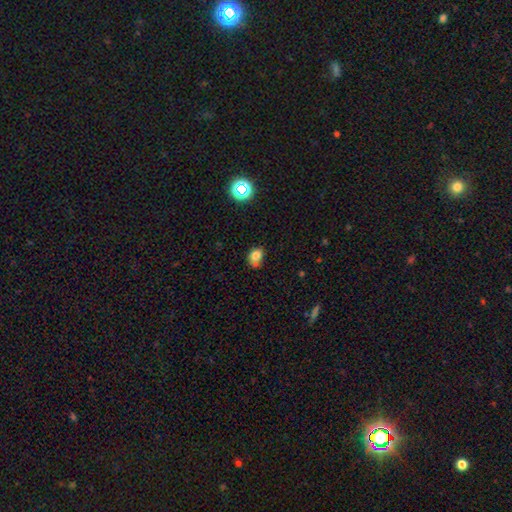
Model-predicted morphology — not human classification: Smooth or featured?
  - smooth: 76% *
  - star or artifact: 13%
  - featured or disk: 10%
How rounded?
  - in between: 50% *
  - round: 49%
  - cigar-shaped: 1%
Merging?
  - none: 49% *
  - minor disturbance: 25%
  - merger: 19%
  - major disturbance: 7%